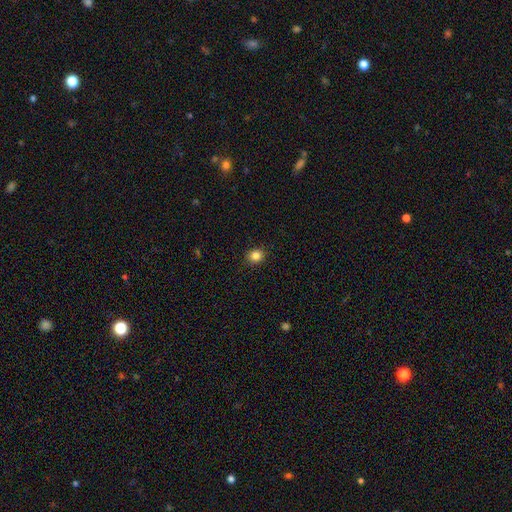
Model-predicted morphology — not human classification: smooth_or_featured: smooth (p=0.84) [alt: star or artifact p=0.11]
how_rounded: round (p=0.78) [alt: in between p=0.21]
merging: none (p=0.91) [alt: minor disturbance p=0.06]